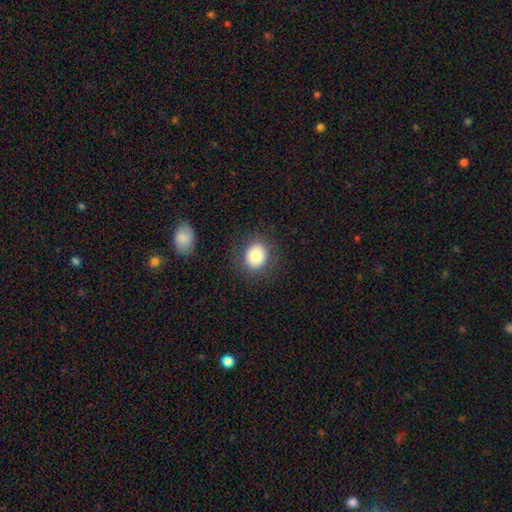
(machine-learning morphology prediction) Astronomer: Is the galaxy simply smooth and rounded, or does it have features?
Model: smooth — 79%.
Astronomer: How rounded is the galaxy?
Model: round — 69%.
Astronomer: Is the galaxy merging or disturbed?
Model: none — 86%.